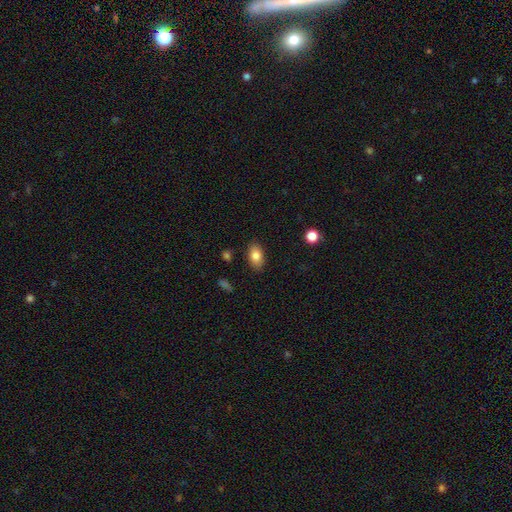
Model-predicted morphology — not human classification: Smooth or featured? Predicted: smooth (p=0.83). How rounded? Predicted: in between (p=0.90). Merging? Predicted: none (p=0.86).